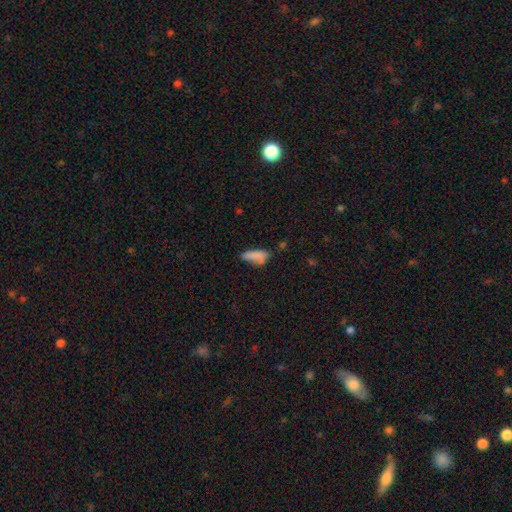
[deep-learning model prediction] The model was most divided on "merging": none: 49%, minor disturbance: 32%, major disturbance: 13%, merger: 6%. More confident: smooth or featured — smooth (82%); how rounded — in between (61%).